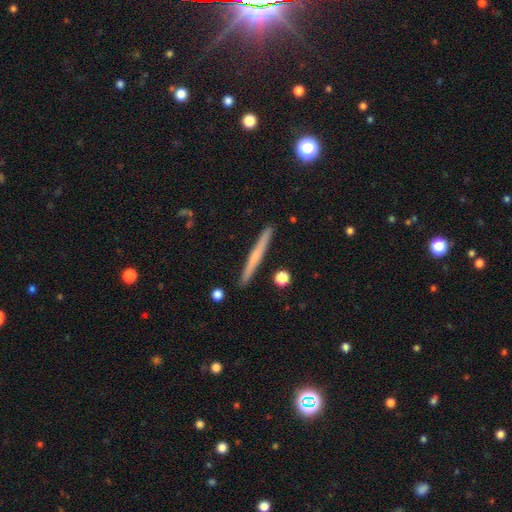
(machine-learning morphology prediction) Smooth or featured?
  - featured or disk: 48% *
  - smooth: 45%
  - star or artifact: 6%
Merging?
  - none: 91% *
  - minor disturbance: 6%
  - merger: 1%
  - major disturbance: 1%